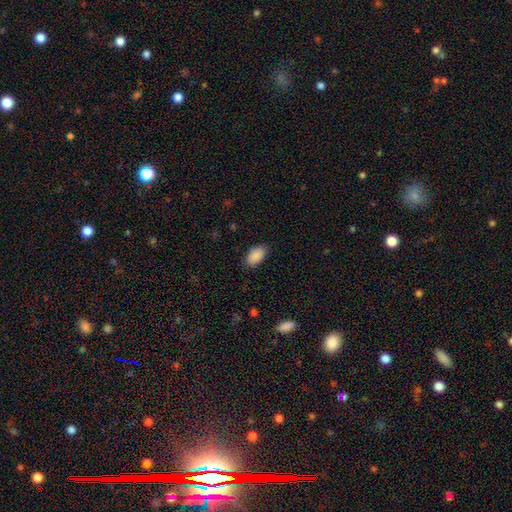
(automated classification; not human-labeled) This appears to be a smooth galaxy with no disk features (90%) that is in between round and cigar-shaped (94%). Merging: none (86%).